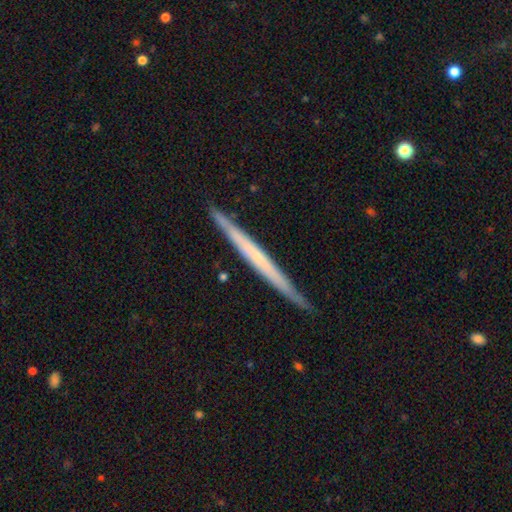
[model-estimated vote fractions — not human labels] Morphology: type=featured or disk (59%); edge-on=yes (97%); edge-on bulge=none (83%); merging=none (89%).